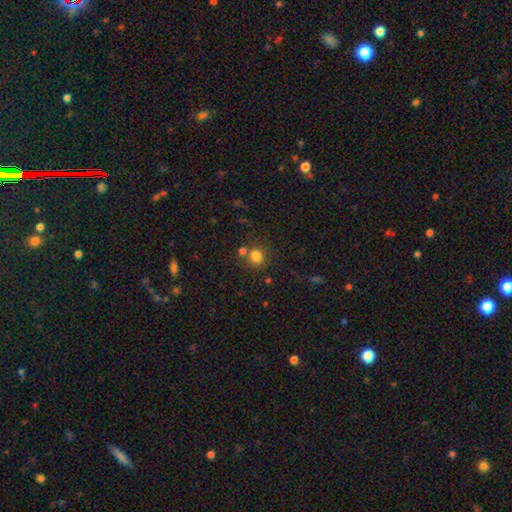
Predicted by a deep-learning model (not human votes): smooth 80%, star or artifact 14%, featured or disk 6%. Down the decision tree: how rounded — round (72%); merging — none (66%).